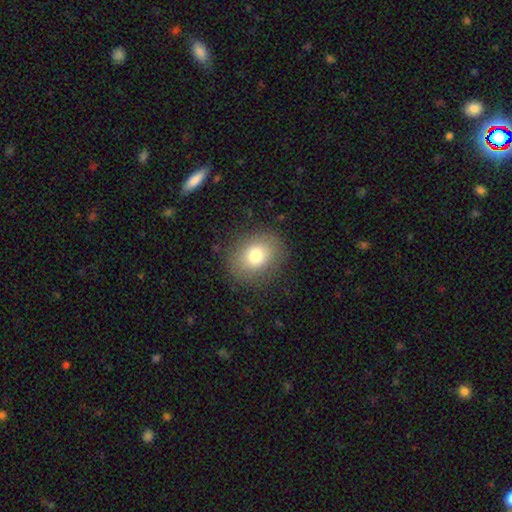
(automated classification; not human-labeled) The model was most divided on "how rounded": round: 50%, in between: 49%, cigar-shaped: 1%. More confident: merging — none (84%); smooth or featured — smooth (77%).